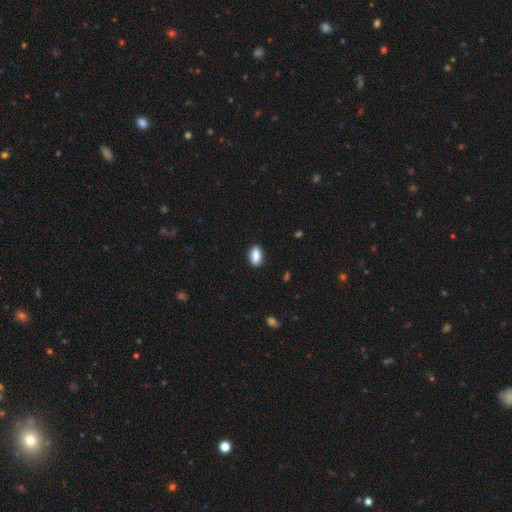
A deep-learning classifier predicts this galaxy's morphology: smooth 88%, star or artifact 7%, featured or disk 6%. Down the decision tree: how rounded — in between (89%); merging — none (88%).